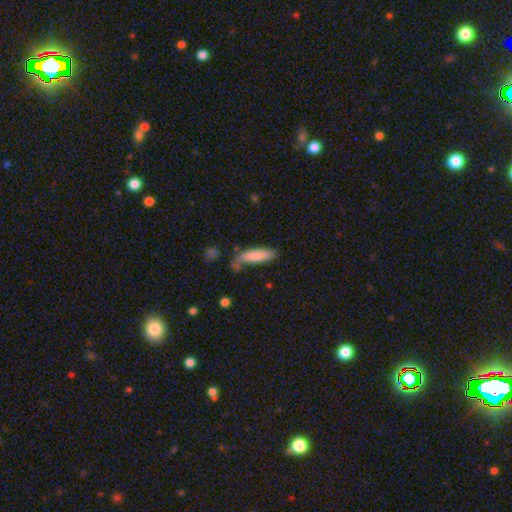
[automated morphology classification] The model was most divided on "how rounded": cigar-shaped: 62%, in between: 37%, round: 2%. More confident: smooth or featured — smooth (82%); merging — none (60%).